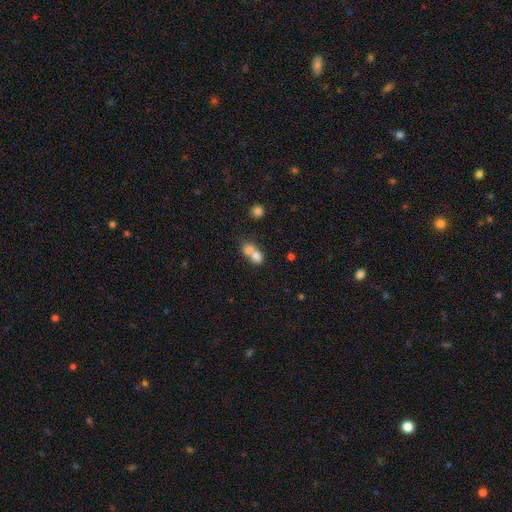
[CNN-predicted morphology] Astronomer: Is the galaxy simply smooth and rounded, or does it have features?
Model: smooth — 74%.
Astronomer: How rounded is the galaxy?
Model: round — 50% (runner-up: in between, 48%).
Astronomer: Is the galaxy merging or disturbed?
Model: merger — 71%.